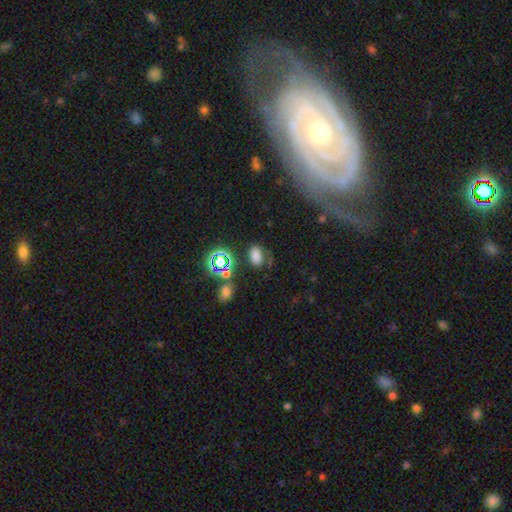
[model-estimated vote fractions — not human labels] Smooth or featured? Predicted: smooth (p=0.70). How rounded? Predicted: in between (p=0.84). Merging? Predicted: none (p=0.70).